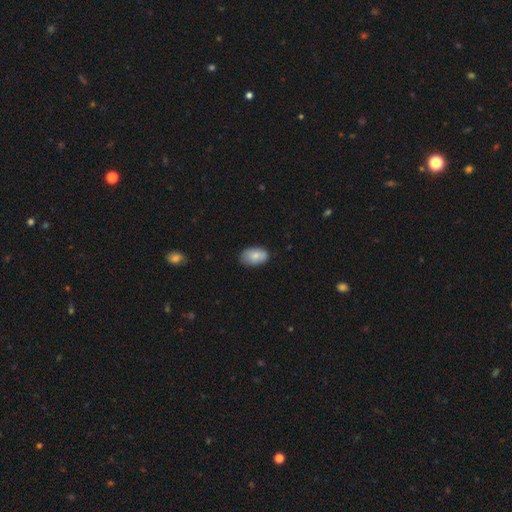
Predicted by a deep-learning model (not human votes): This appears to be a smooth galaxy with no disk features (82%) that is in between round and cigar-shaped (91%). Merging: none (76%).